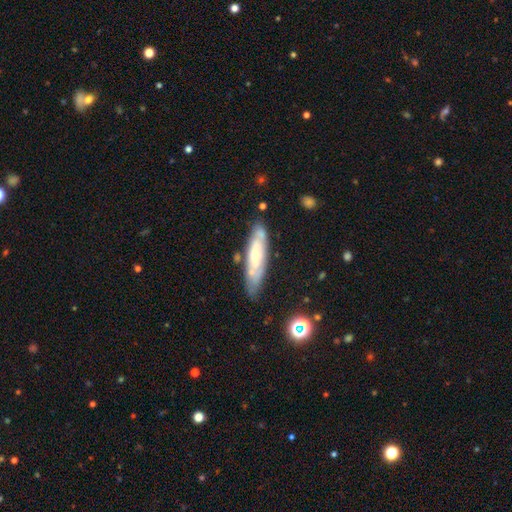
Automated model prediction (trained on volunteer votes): A featured or disk galaxy (55%).

Vote fractions:
- Smooth or featured? featured or disk: 55% / smooth: 38% / star or artifact: 6%
- Edge-on disk? no: 61% / yes: 39%
- Merging? none: 69% / minor disturbance: 20% / merger: 6% / major disturbance: 5%